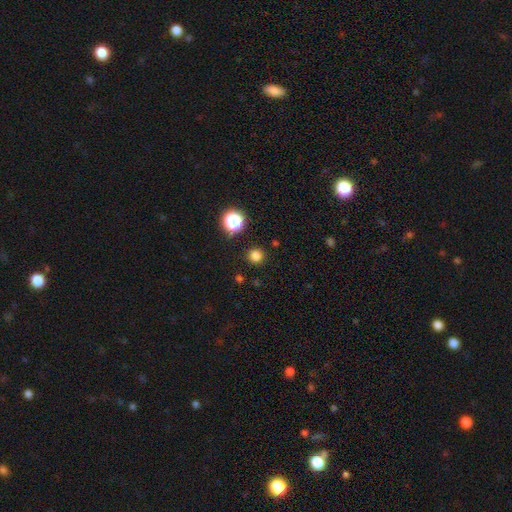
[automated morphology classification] Smooth or featured? Predicted: smooth (p=0.79). How rounded? Predicted: round (p=0.95). Merging? Predicted: none (p=0.91).